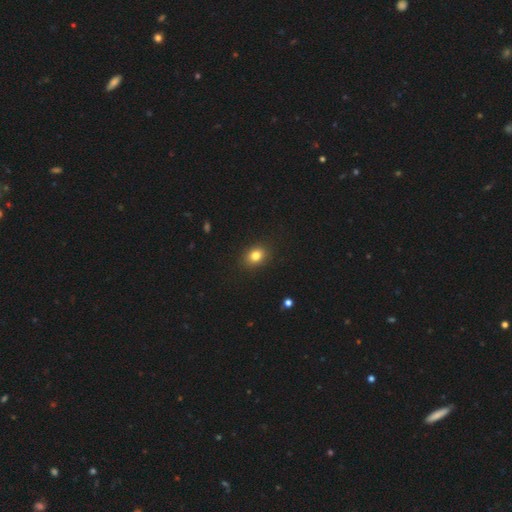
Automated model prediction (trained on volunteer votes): A smooth galaxy with no disk features (82%) that is in between round and cigar-shaped (54%). Merging: none (89%).